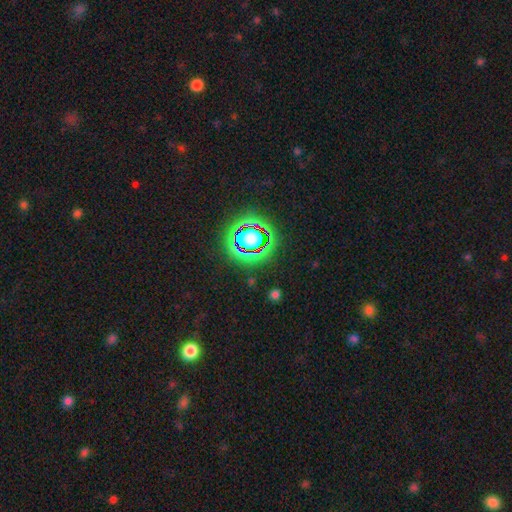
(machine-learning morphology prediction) This is likely a star or artifact rather than a galaxy (71%).